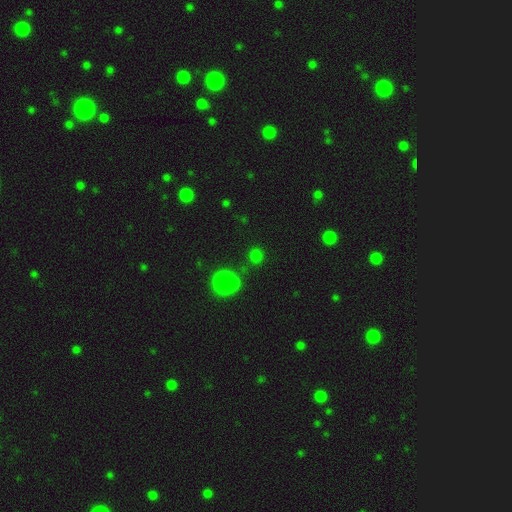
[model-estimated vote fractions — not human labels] Overall: smooth (75%). How rounded: round (85%). Merging: none (71%).